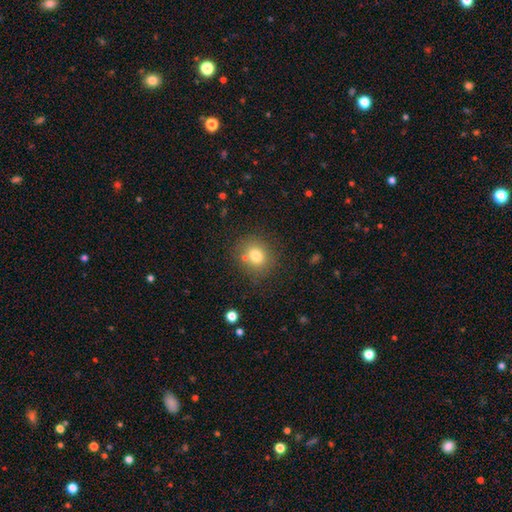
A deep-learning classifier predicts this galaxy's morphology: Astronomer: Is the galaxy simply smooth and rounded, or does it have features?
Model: smooth — 77%.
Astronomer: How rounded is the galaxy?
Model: round — 75%.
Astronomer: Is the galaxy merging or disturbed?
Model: none — 73%.